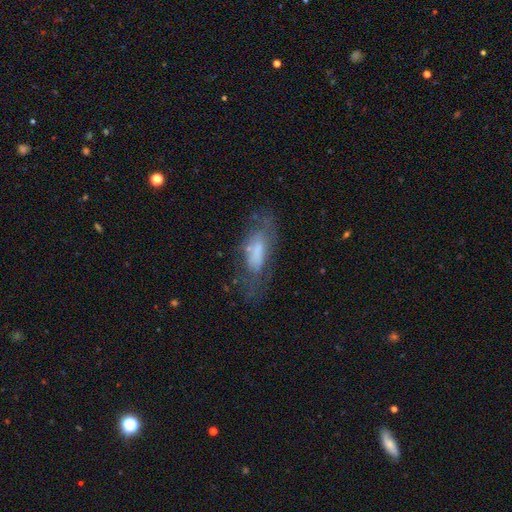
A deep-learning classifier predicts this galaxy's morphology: Overall: featured or disk (50%; smooth 39%). Edge-on disk: no (79%). Merging: none (61%; minor disturbance 22%).